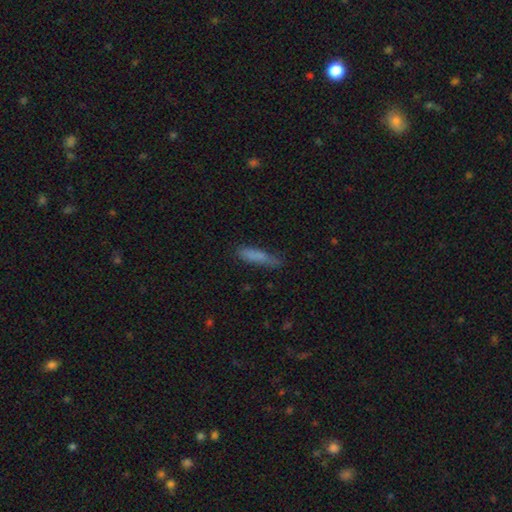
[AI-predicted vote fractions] This appears to be a smooth galaxy with no disk features (81%) that is cigar-shaped (82%). Merging: none (70%).